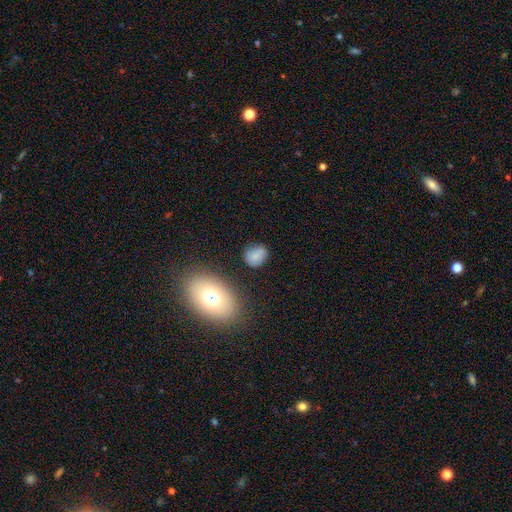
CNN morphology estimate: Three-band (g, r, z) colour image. It shows a smooth galaxy with no disk features (78%) that is round (49%, tied with in between). Merging: none (75%).